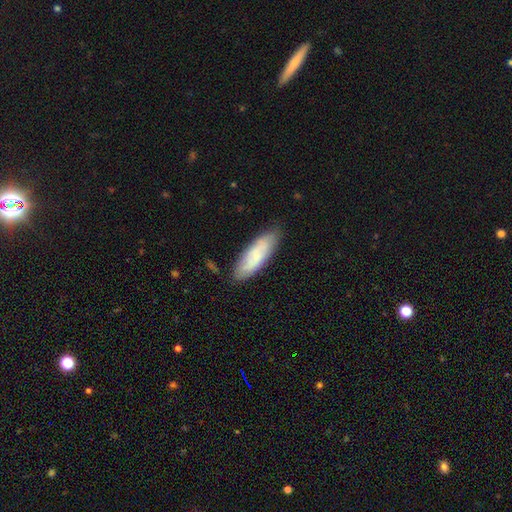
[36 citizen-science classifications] This appears to be a smooth galaxy with no disk features (61%) that is in between round and cigar-shaped (59%). Merging: none (62%).